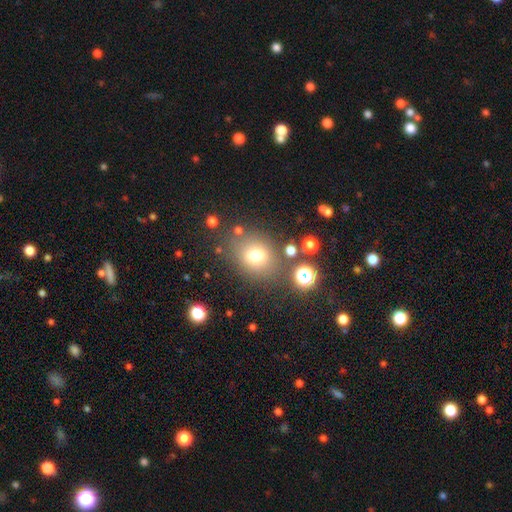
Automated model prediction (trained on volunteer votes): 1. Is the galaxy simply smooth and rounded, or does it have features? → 71% smooth, 18% star or artifact, 11% featured or disk.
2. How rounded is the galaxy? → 64% round, 35% in between, 1% cigar-shaped.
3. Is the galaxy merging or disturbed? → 75% none, 13% minor disturbance, 7% merger, 6% major disturbance.